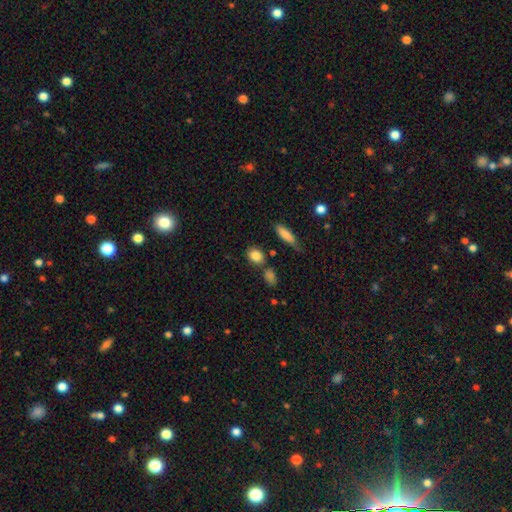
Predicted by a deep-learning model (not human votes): The model was most divided on "how rounded": in between: 54%, round: 42%, cigar-shaped: 4%. More confident: smooth or featured — smooth (85%); merging — none (73%).